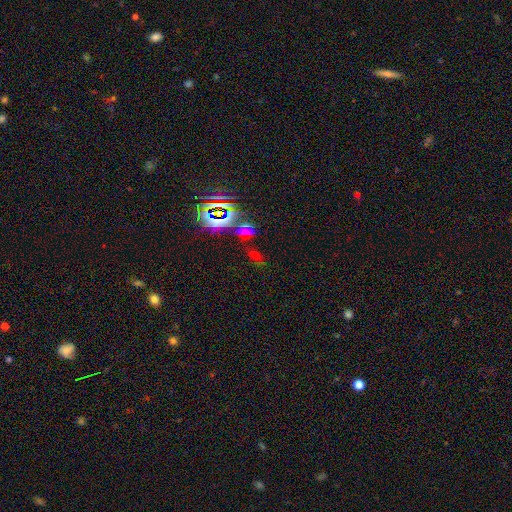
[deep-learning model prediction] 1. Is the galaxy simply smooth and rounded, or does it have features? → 56% star or artifact, 34% smooth, 9% featured or disk.